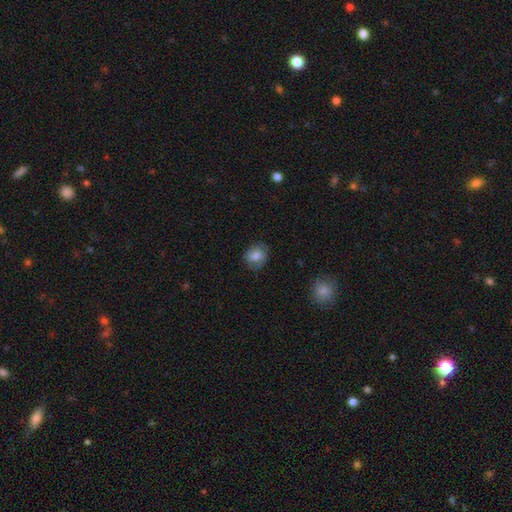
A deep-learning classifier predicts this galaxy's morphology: A smooth galaxy with no disk features (72%) that is round (63%). Merging: none (74%).